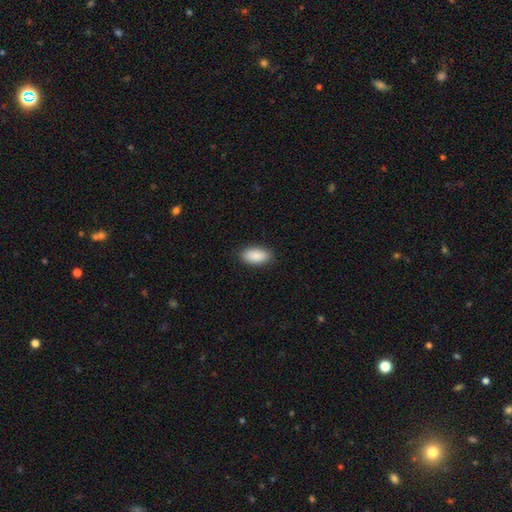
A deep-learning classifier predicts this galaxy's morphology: Smooth or featured? smooth (90%)
How rounded? in between (93%)
Merging? none (88%)